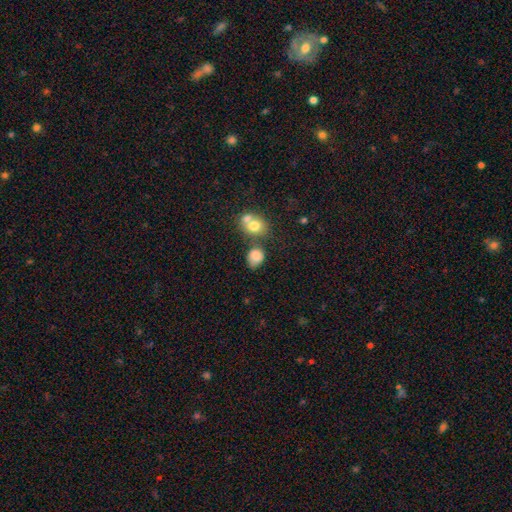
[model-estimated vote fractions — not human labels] smooth-or-featured: smooth: 82% | star or artifact: 10% | featured or disk: 8%
  how-rounded: round: 57% | in between: 42% | cigar-shaped: 1%
  merging: none: 51% | merger: 25% | minor disturbance: 18% | major disturbance: 7%